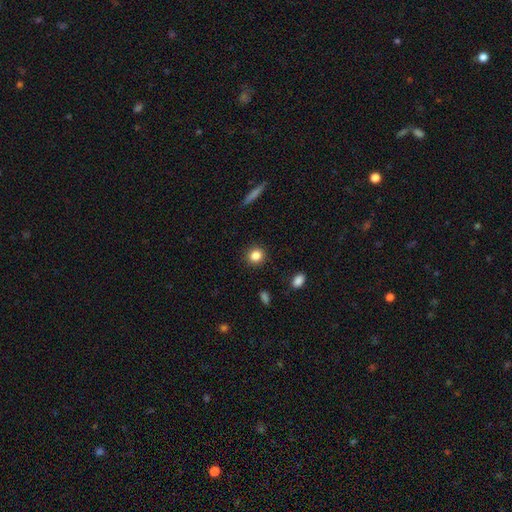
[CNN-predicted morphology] A smooth galaxy with no disk features (85%) that is round (87%).

Vote fractions:
- Smooth or featured? smooth: 85% / star or artifact: 10% / featured or disk: 5%
- How rounded? round: 87% / in between: 11% / cigar-shaped: 1%
- Merging? none: 91% / minor disturbance: 6% / major disturbance: 2% / merger: 1%